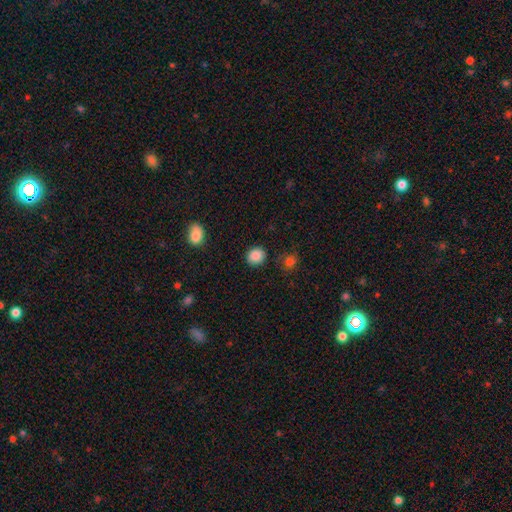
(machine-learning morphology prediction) The model was most divided on "how rounded": round: 78%, in between: 21%, cigar-shaped: 1%. More confident: merging — none (88%); smooth or featured — smooth (87%).